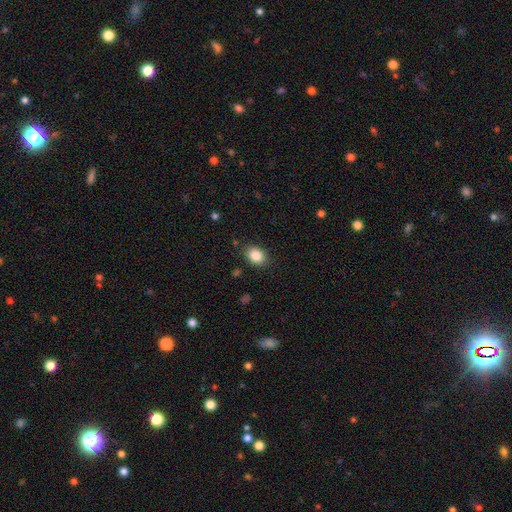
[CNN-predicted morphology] This appears to be a smooth galaxy with no disk features (85%) that is in between round and cigar-shaped (69%). Merging: none (86%).